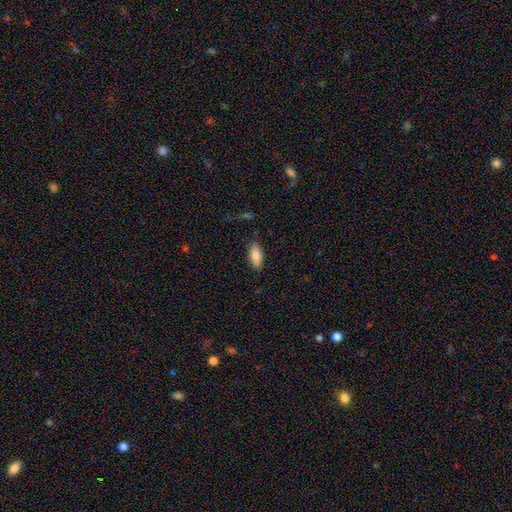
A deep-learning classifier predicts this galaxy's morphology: type=smooth (82%); roundness=in between (87%); merging=none (86%).